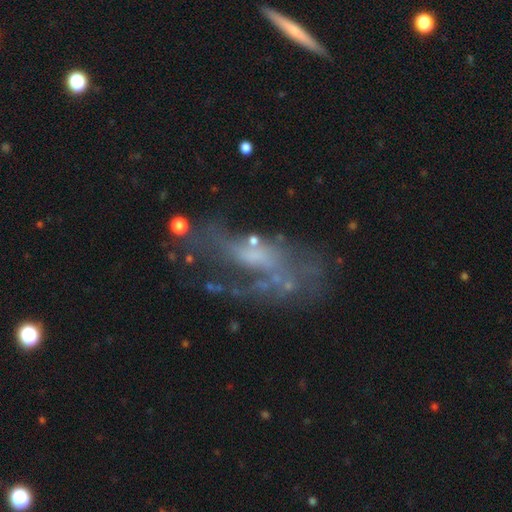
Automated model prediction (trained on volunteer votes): Morphology: type=featured or disk (68%); edge-on=no (92%); bar=no (65%); spiral arms=yes (51%); bulge=none (47%); merging=major disturbance (38%).